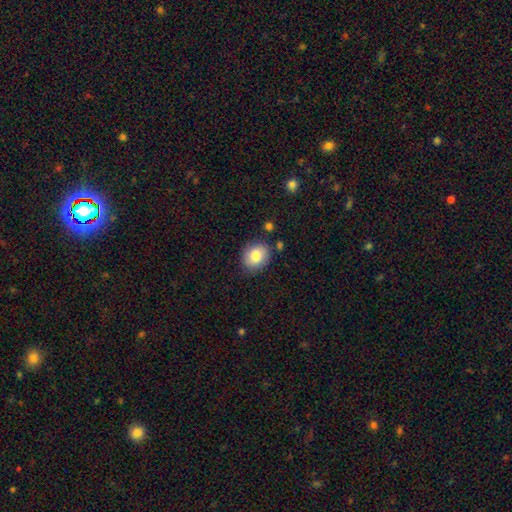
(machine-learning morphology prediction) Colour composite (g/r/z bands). It shows a smooth galaxy with no disk features (82%) that is round (56%). Merging: none (83%).